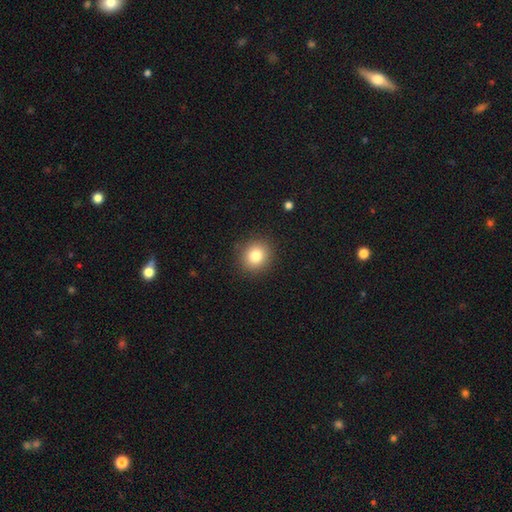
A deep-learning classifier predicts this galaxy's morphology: Overall: smooth (82%). How rounded: round (81%). Merging: none (89%).